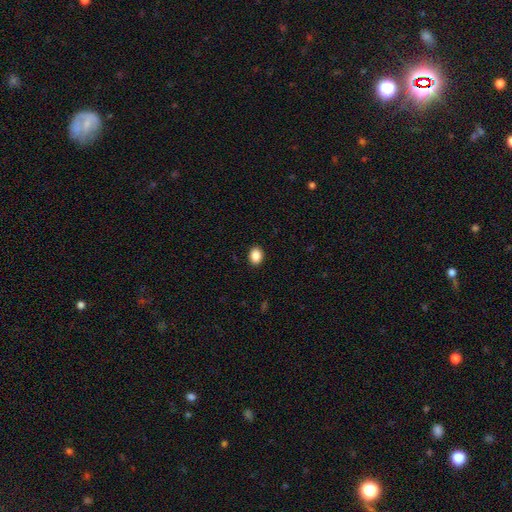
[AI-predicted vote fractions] Smooth or featured? Predicted: smooth (p=0.89). How rounded? Predicted: in between (p=0.60). Merging? Predicted: none (p=0.91).